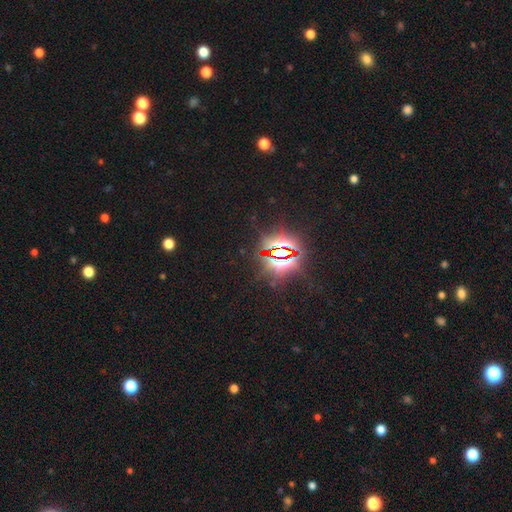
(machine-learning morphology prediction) A star or artifact, not a galaxy (86%).

Vote fractions:
- Smooth or featured? star or artifact: 86% / smooth: 8% / featured or disk: 6%